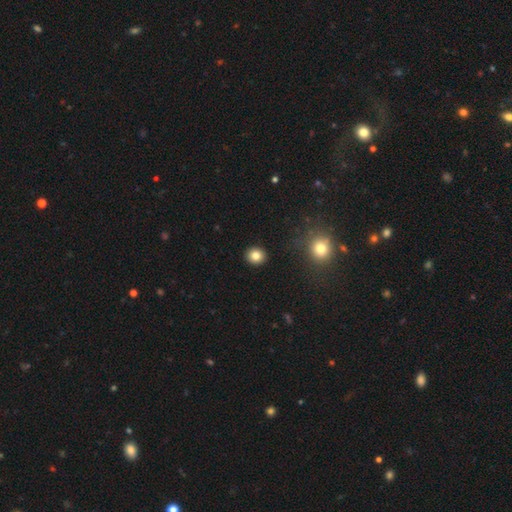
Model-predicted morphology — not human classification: The model was most divided on "smooth or featured": smooth: 83%, star or artifact: 11%, featured or disk: 6%. More confident: merging — none (92%); how rounded — round (86%).